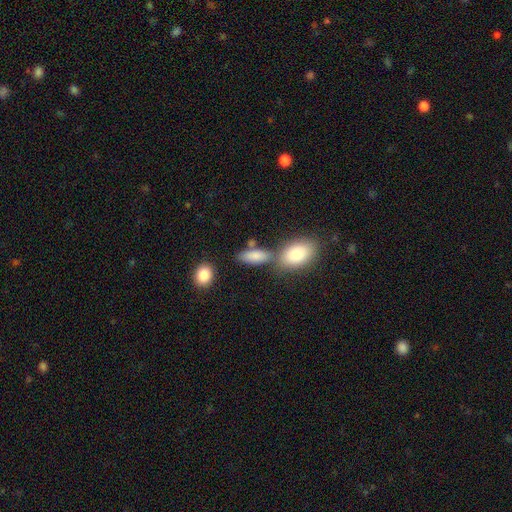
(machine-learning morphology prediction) smooth 81%, featured or disk 11%, star or artifact 9%. Down the decision tree: how rounded — in between (74%); merging — none (56%).